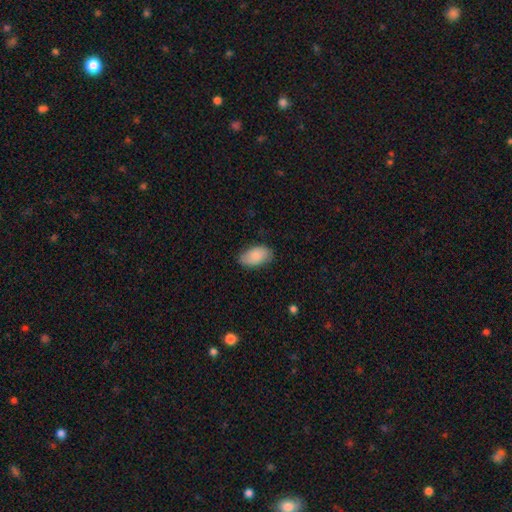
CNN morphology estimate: This appears to be a smooth galaxy with no disk features (83%) that is in between round and cigar-shaped (94%). Merging: none (79%).